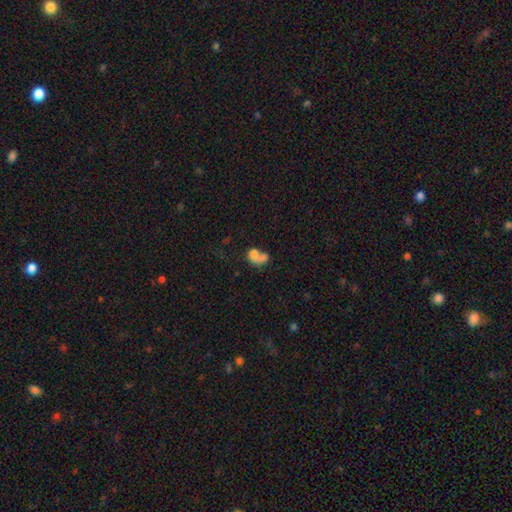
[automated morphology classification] smooth 65%, featured or disk 23%, star or artifact 12%. Down the decision tree: how rounded — in between (65%); merging — merger (47%).